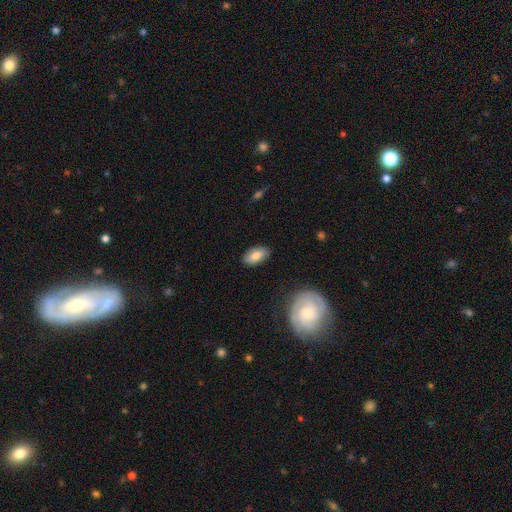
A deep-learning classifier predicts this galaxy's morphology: Smooth or featured? Predicted: smooth (p=0.81). How rounded? Predicted: in between (p=0.94). Merging? Predicted: none (p=0.84).